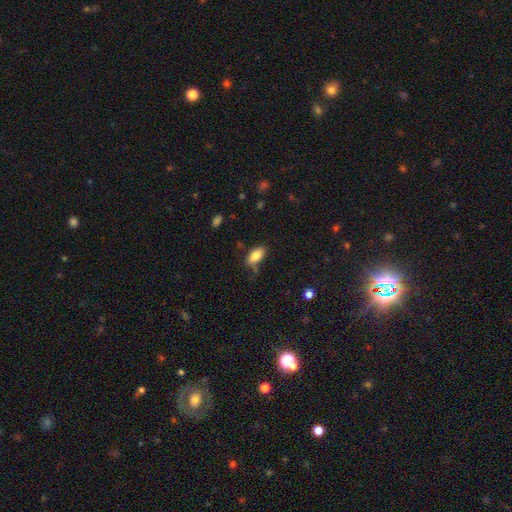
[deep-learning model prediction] Smooth or featured?
  - smooth: 81% *
  - featured or disk: 11%
  - star or artifact: 8%
How rounded?
  - in between: 89% *
  - cigar-shaped: 7%
  - round: 3%
Merging?
  - none: 66% *
  - minor disturbance: 23%
  - major disturbance: 6%
  - merger: 5%